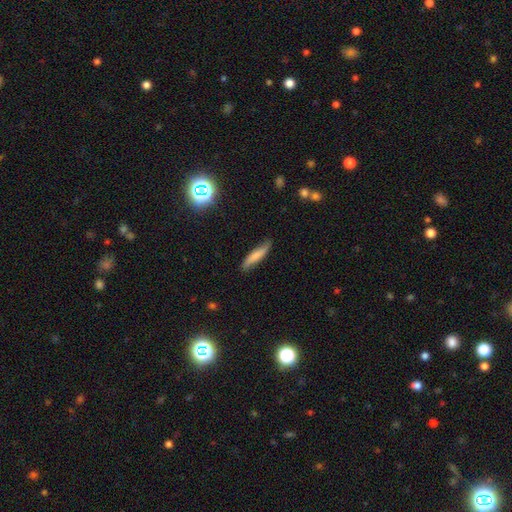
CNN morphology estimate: smooth-or-featured: smooth: 65% | featured or disk: 28% | star or artifact: 7%
  how-rounded: cigar-shaped: 82% | in between: 16% | round: 2%
  merging: none: 77% | minor disturbance: 18% | major disturbance: 3% | merger: 2%